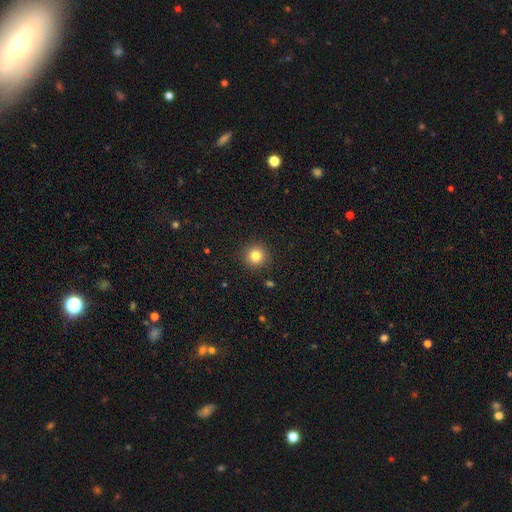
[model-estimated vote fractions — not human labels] Q: Smooth or featured?
A: smooth (82%); runner-up: star or artifact (12%)
Q: How rounded?
A: round (95%); runner-up: in between (4%)
Q: Merging?
A: none (91%); runner-up: minor disturbance (5%)